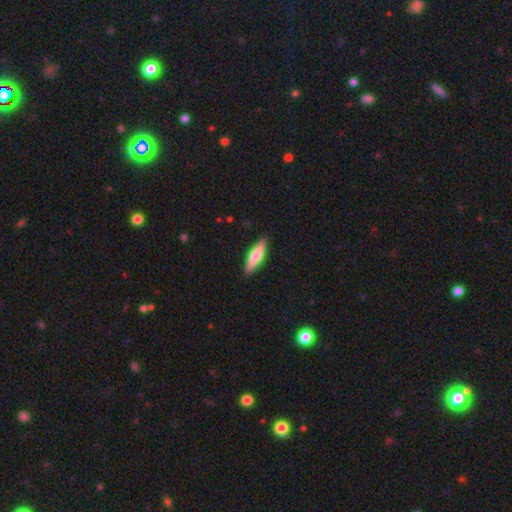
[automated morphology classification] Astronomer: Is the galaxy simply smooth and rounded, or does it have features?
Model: smooth — 59% (runner-up: featured or disk, 35%).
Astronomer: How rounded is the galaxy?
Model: cigar-shaped — 64%.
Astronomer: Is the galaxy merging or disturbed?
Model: none — 89%.